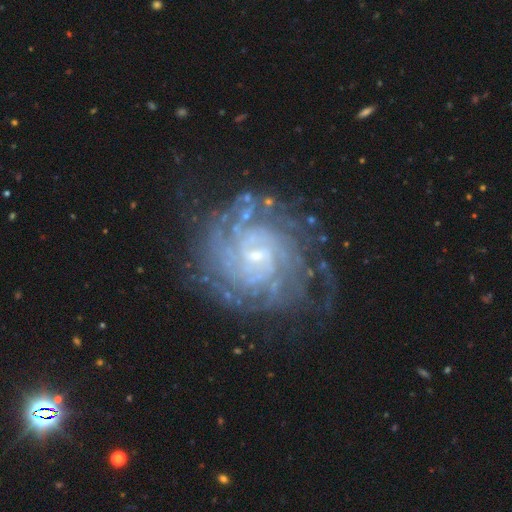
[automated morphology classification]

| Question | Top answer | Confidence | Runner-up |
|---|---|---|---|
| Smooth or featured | featured or disk | 89% | star or artifact (7%) |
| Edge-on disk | no | 98% | yes (2%) |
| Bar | weak | 46% | no (41%) |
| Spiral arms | yes | 97% | no (3%) |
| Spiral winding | tight | 77% | medium (19%) |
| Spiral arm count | can't tell | 32% | more than 4 (19%) |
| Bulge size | small | 74% | moderate (20%) |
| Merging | none | 73% | minor disturbance (16%) |